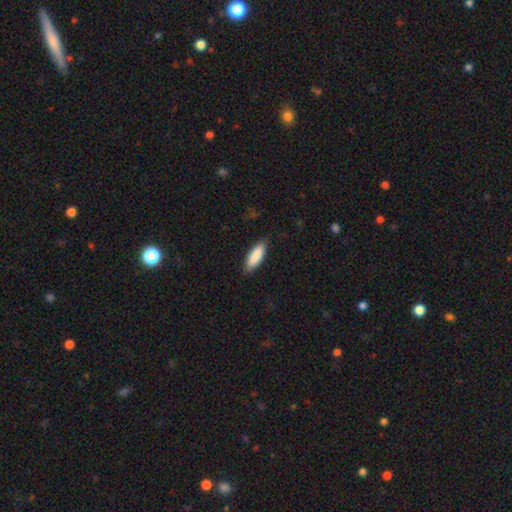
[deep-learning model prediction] Smooth or featured: smooth — 88% (featured or disk — 7%)
How rounded: in between — 62% (cigar-shaped — 36%)
Merging: none — 84% (minor disturbance — 12%)